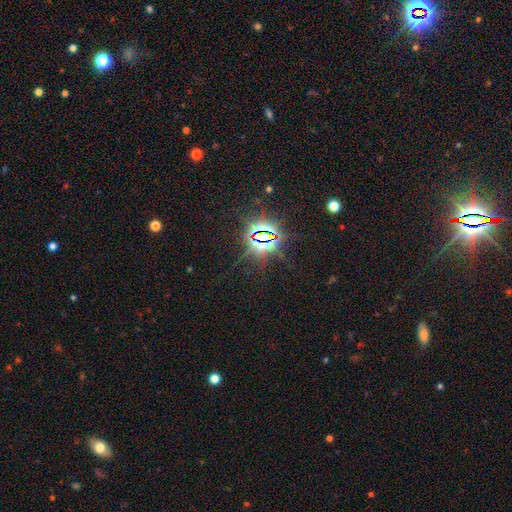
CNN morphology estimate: This is clearly a star or artifact rather than a galaxy (85%).